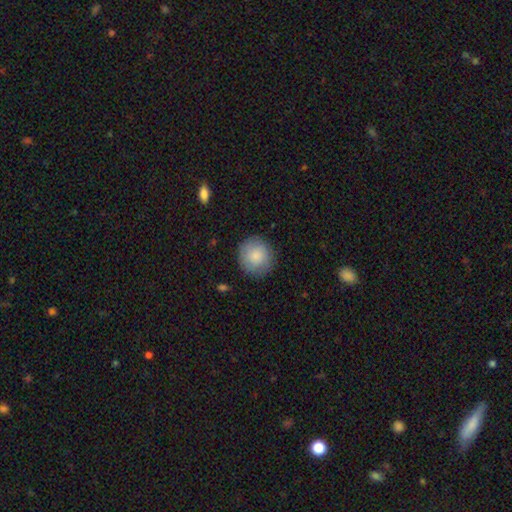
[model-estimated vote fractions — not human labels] This is clearly a smooth galaxy (85%). How rounded: clearly round (93%). Merging: clearly none (87%).